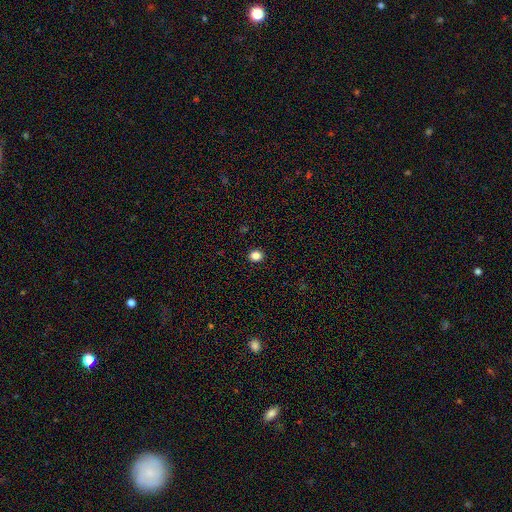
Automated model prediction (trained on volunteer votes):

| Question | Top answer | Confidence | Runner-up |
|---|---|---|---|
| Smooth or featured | smooth | 85% | star or artifact (12%) |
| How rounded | round | 73% | in between (26%) |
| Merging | none | 92% | minor disturbance (5%) |